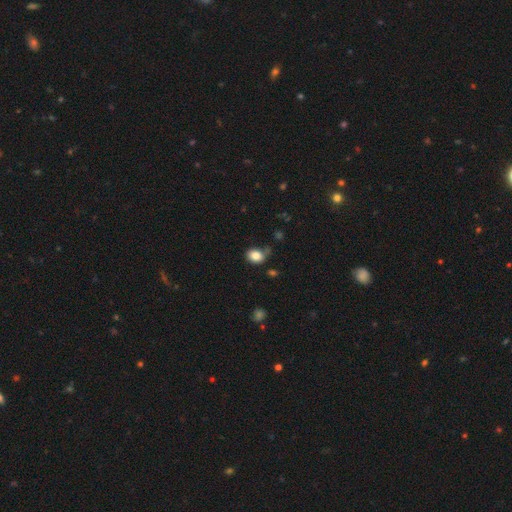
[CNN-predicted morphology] smooth 83%, star or artifact 10%, featured or disk 7%. Down the decision tree: how rounded — in between (56%); merging — none (66%).